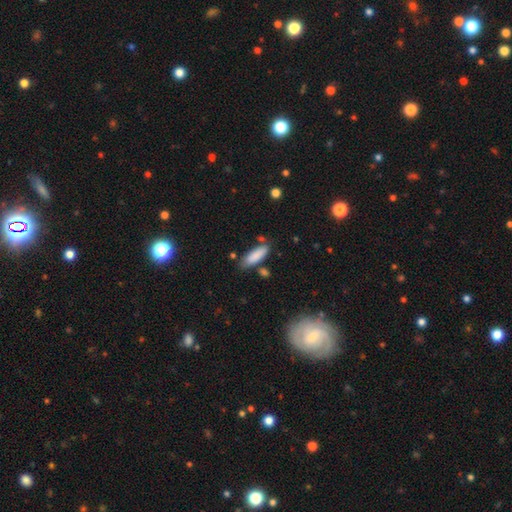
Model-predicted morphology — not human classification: A smooth galaxy with no disk features (87%) that is in between round and cigar-shaped (56%). Merging: none (76%).